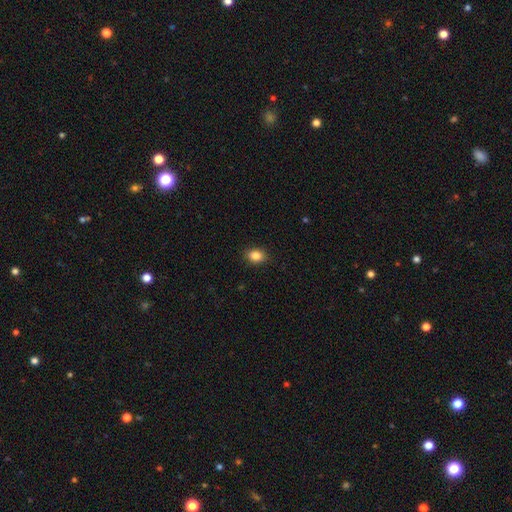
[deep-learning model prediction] Smooth or featured? smooth (86%)
How rounded? in between (62%)
Merging? none (89%)